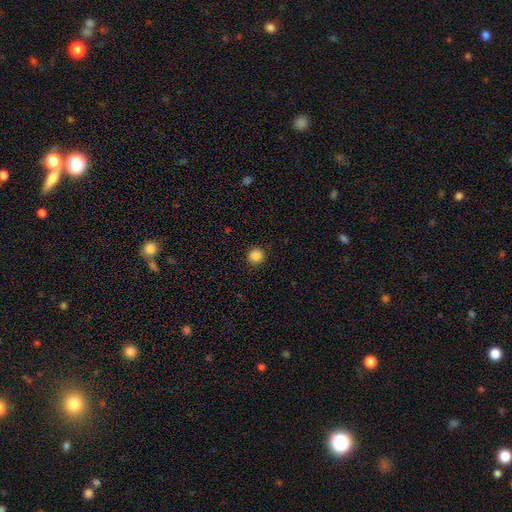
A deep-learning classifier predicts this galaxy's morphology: This appears to be a smooth galaxy with no disk features (86%) that is round (93%). Merging: none (92%).